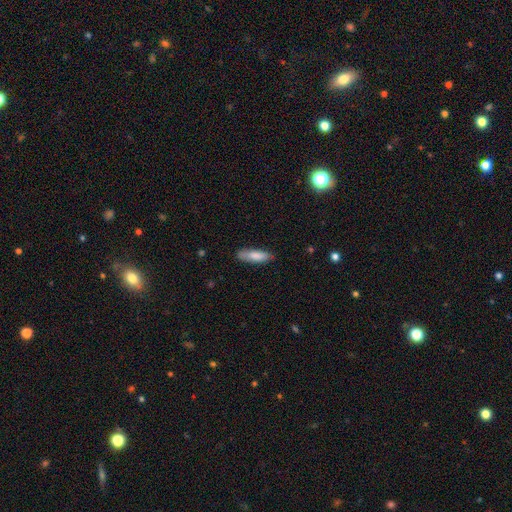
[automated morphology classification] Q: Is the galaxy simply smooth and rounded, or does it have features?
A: smooth — 82%.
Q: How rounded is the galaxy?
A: cigar-shaped — 56%.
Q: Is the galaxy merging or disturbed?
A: none — 81%.